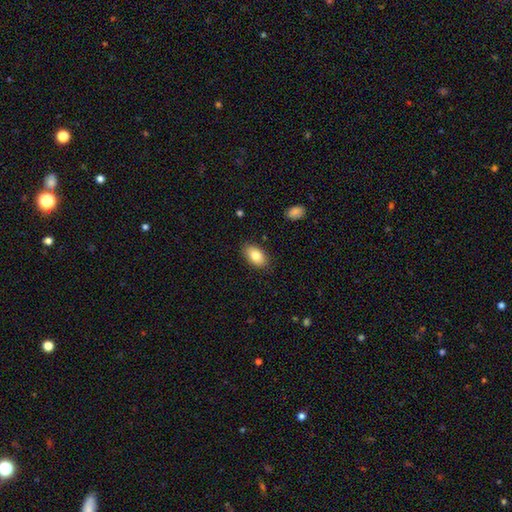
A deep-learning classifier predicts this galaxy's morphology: Smooth or featured? Predicted: smooth (p=0.82). How rounded? Predicted: in between (p=0.93). Merging? Predicted: none (p=0.86).